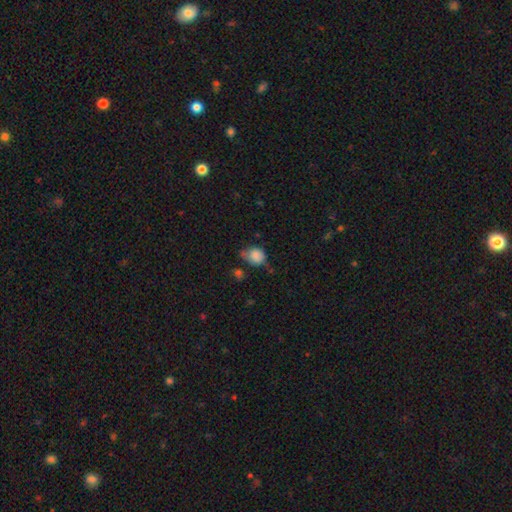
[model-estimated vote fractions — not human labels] smooth_or_featured: smooth (p=0.82) [alt: star or artifact p=0.10]
how_rounded: round (p=0.56) [alt: in between p=0.43]
merging: none (p=0.43) [alt: minor disturbance p=0.38]